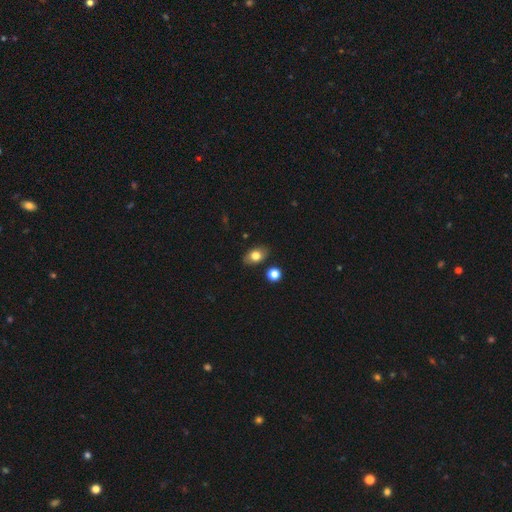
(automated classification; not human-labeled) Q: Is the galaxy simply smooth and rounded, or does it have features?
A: smooth — 76%.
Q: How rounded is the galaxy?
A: in between — 78%.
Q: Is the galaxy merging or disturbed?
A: none — 83%.